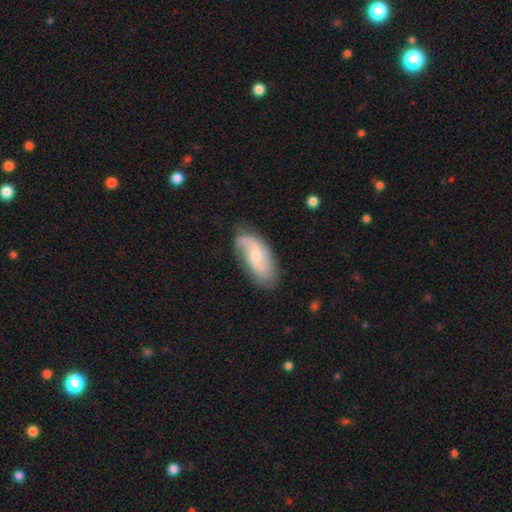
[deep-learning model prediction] Overall: featured or disk (69%). Edge-on disk: no (92%). Bar: no (61%; weak 32%). Spiral arms: yes (90%). Spiral arm count: 2 (71%). Spiral winding: loose (42%; medium 37%). Bulge size: small (57%; moderate 39%). Merging: none (71%).